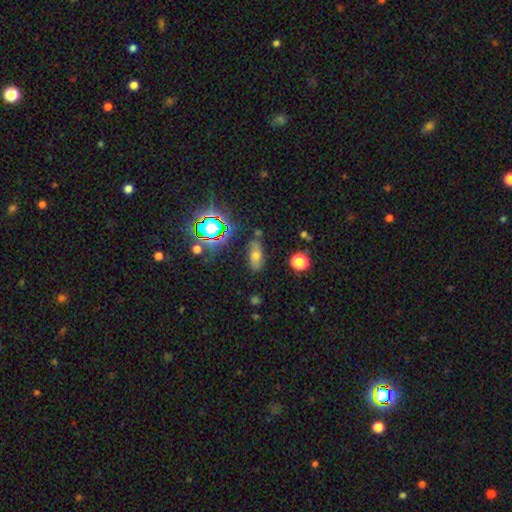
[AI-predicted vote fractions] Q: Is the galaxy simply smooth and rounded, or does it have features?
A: smooth — 56%.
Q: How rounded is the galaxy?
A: in between — 77%.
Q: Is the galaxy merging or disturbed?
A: none — 73%.